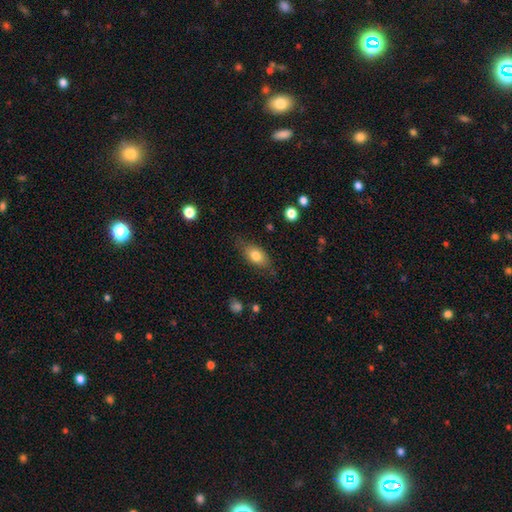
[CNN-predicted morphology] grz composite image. It shows a smooth galaxy with no disk features (78%) that is in between round and cigar-shaped (87%). Merging: none (74%).